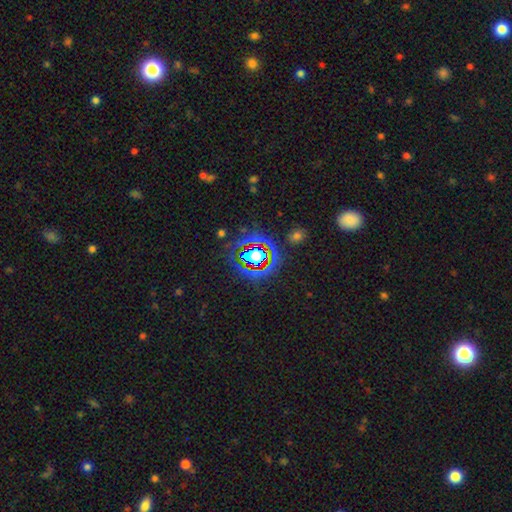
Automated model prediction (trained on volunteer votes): Smooth or featured?
  - star or artifact: 65% *
  - smooth: 22%
  - featured or disk: 13%